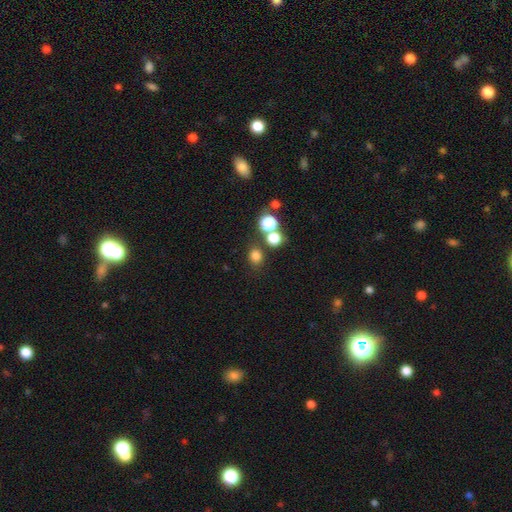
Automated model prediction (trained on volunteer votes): Q: Smooth or featured?
A: smooth (76%); runner-up: star or artifact (18%)
Q: How rounded?
A: round (73%); runner-up: in between (26%)
Q: Merging?
A: none (74%); runner-up: merger (13%)